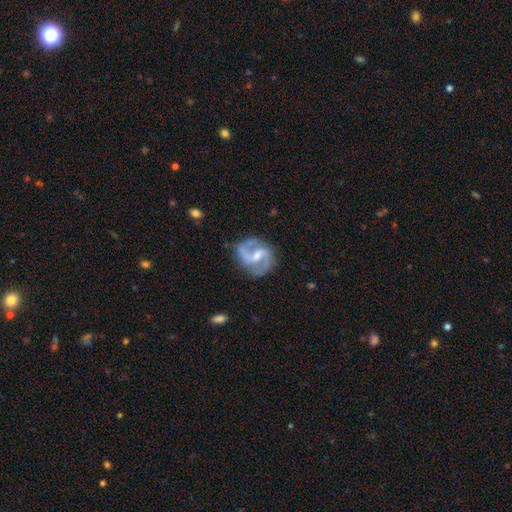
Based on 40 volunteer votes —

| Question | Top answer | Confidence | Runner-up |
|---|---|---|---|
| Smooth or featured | featured or disk | 80% | smooth (15%) |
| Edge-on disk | no | 100% | — |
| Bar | weak | 62% | no (25%) |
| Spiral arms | yes | 100% | — |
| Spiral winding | medium | 69% | tight (19%) |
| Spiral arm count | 2 | 91% | can't tell (6%) |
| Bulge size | moderate | 56% | small (38%) |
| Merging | none | 63% | minor disturbance (21%) |